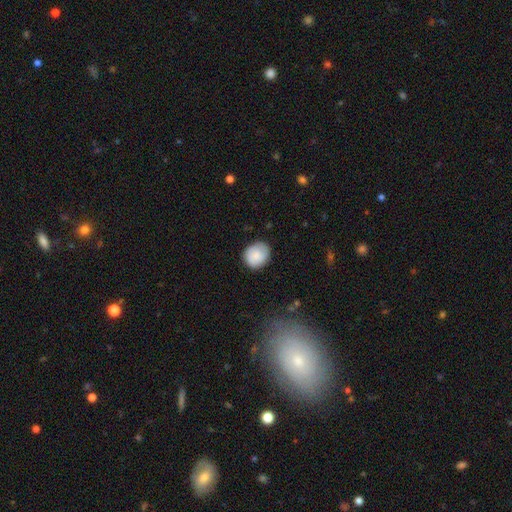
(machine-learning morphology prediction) Smooth or featured: smooth — 81% (featured or disk — 12%)
How rounded: round — 77% (in between — 22%)
Merging: none — 81% (minor disturbance — 15%)